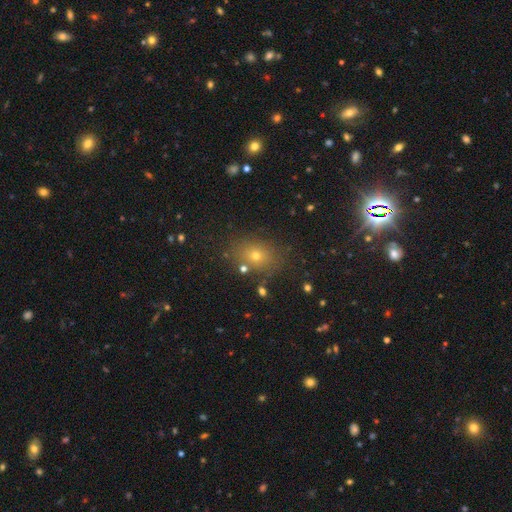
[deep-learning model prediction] A smooth galaxy with no disk features (63%) that is in between round and cigar-shaped (51%).

Vote fractions:
- Smooth or featured? smooth: 63% / star or artifact: 25% / featured or disk: 11%
- How rounded? in between: 51% / round: 47% / cigar-shaped: 2%
- Merging? none: 82% / minor disturbance: 10% / merger: 4% / major disturbance: 4%